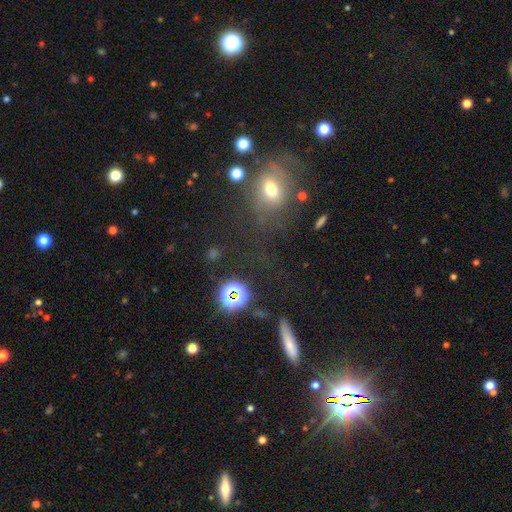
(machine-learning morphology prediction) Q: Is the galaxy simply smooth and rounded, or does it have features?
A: star or artifact — 42%.